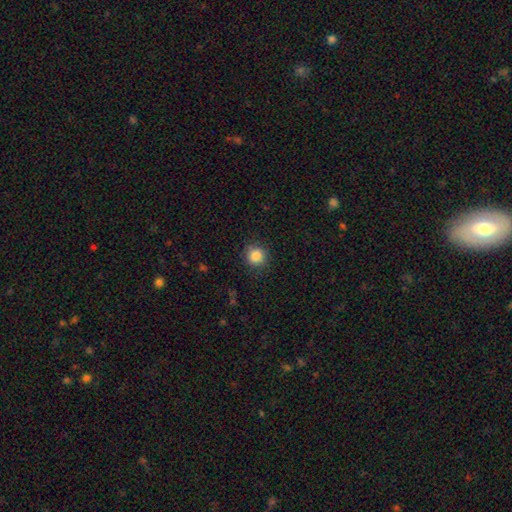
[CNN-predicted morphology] smooth-or-featured: smooth: 85% | star or artifact: 10% | featured or disk: 5%
  how-rounded: round: 86% | in between: 13% | cigar-shaped: 1%
  merging: none: 86% | minor disturbance: 10% | major disturbance: 3% | merger: 1%